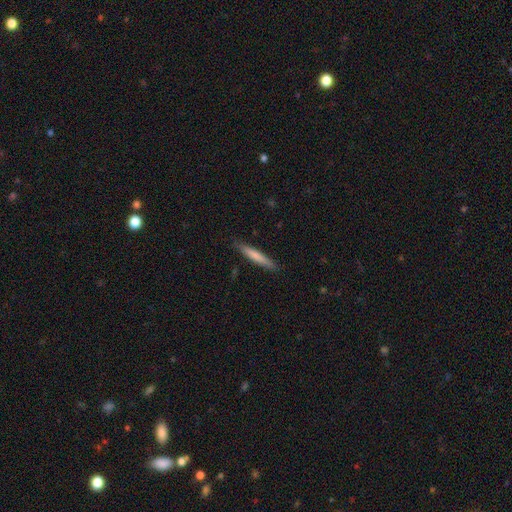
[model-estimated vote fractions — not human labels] Overall: smooth (74%). How rounded: cigar-shaped (93%). Merging: none (87%).